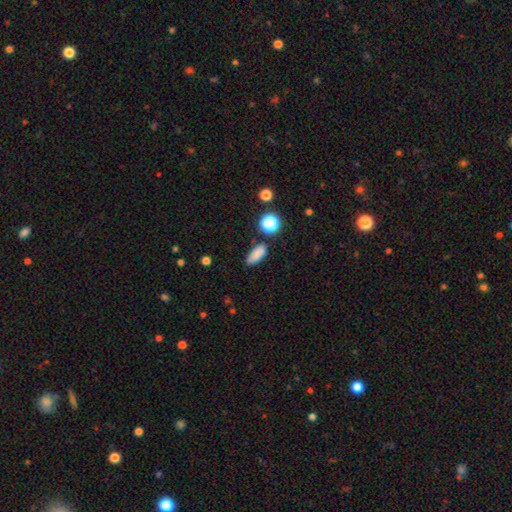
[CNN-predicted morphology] The model was most divided on "merging": none: 77%, minor disturbance: 15%, merger: 4%, major disturbance: 4%. More confident: smooth or featured — smooth (83%); how rounded — in between (78%).